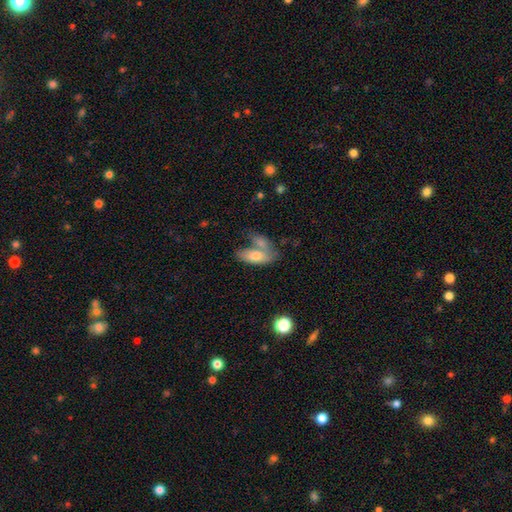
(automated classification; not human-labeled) A smooth galaxy with no disk features (69%) that is in between round and cigar-shaped (83%). Merging: merger (46%).